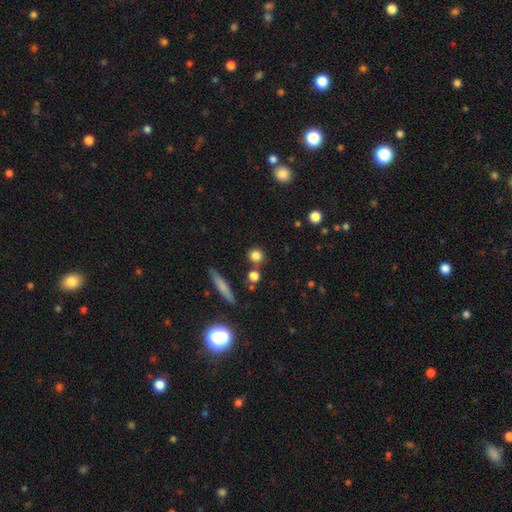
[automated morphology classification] Smooth or featured? Predicted: smooth (p=0.81). How rounded? Predicted: round (p=0.86). Merging? Predicted: none (p=0.76).